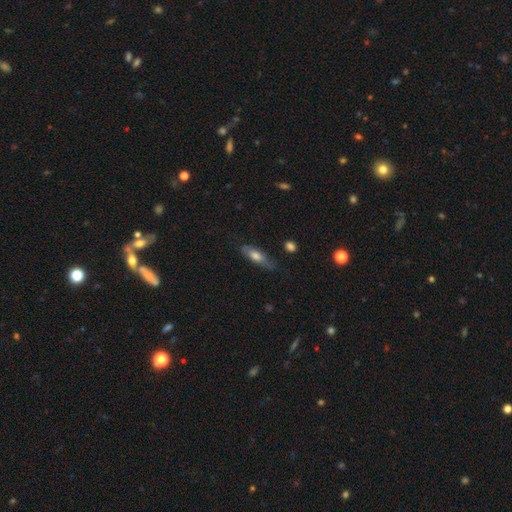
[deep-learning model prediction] Smooth or featured: smooth — 63% (featured or disk — 30%)
How rounded: in between — 52% (cigar-shaped — 45%)
Merging: none — 63% (minor disturbance — 28%)